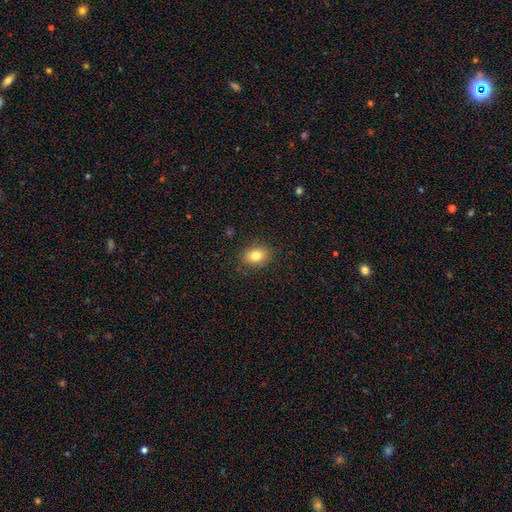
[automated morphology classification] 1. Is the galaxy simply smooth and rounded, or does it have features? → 80% smooth, 10% star or artifact, 10% featured or disk.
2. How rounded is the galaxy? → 62% in between, 37% round, 1% cigar-shaped.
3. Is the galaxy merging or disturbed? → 86% none, 10% minor disturbance, 3% major disturbance, 1% merger.